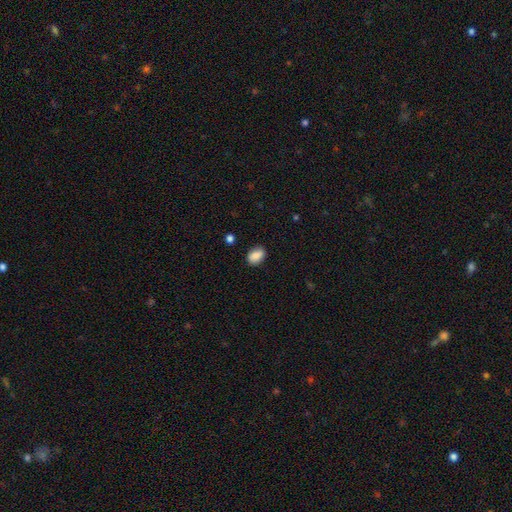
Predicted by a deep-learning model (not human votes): Smooth or featured?
  - smooth: 87% *
  - star or artifact: 8%
  - featured or disk: 5%
How rounded?
  - in between: 79% *
  - round: 20%
  - cigar-shaped: 1%
Merging?
  - none: 82% *
  - minor disturbance: 13%
  - major disturbance: 3%
  - merger: 2%